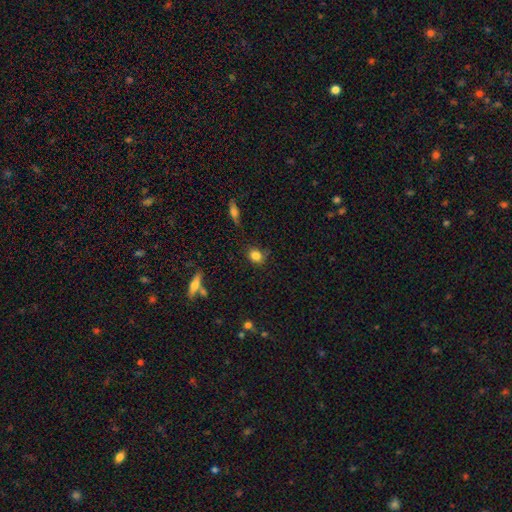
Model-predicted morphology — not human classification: This appears to be a smooth galaxy with no disk features (84%) that is round (60%). Merging: none (78%).